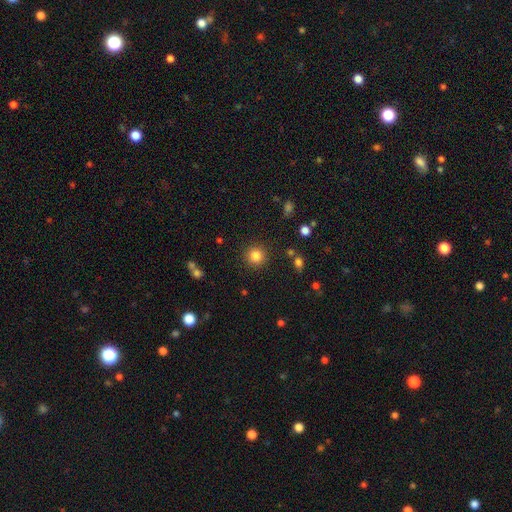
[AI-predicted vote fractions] Overall: smooth (84%). How rounded: round (93%). Merging: none (89%).